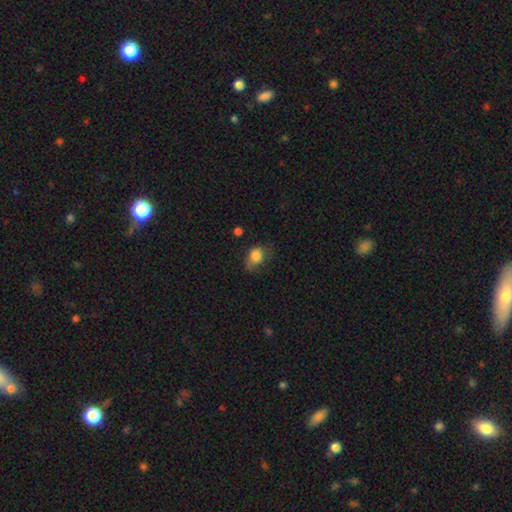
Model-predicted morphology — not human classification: smooth 80%, featured or disk 10%, star or artifact 9%. Down the decision tree: how rounded — in between (60%); merging — none (46%).